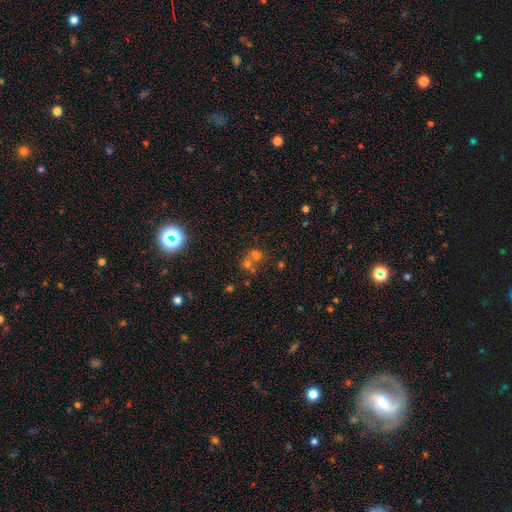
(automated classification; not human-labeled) Smooth or featured? Predicted: smooth (p=0.51). How rounded? Predicted: round (p=0.77). Merging? Predicted: merger (p=0.49).